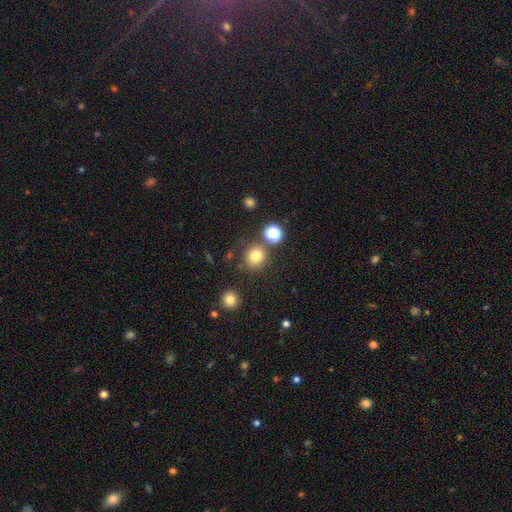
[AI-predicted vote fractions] Smooth or featured? smooth (78%)
How rounded? round (90%)
Merging? none (78%)